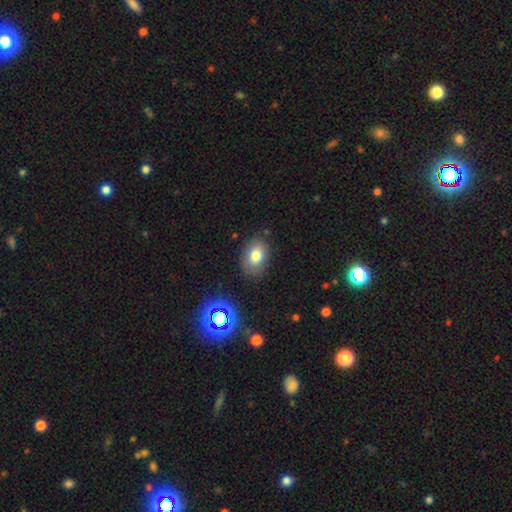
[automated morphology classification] Q: Smooth or featured?
A: smooth (75%); runner-up: star or artifact (12%)
Q: How rounded?
A: in between (78%); runner-up: round (21%)
Q: Merging?
A: none (82%); runner-up: minor disturbance (13%)